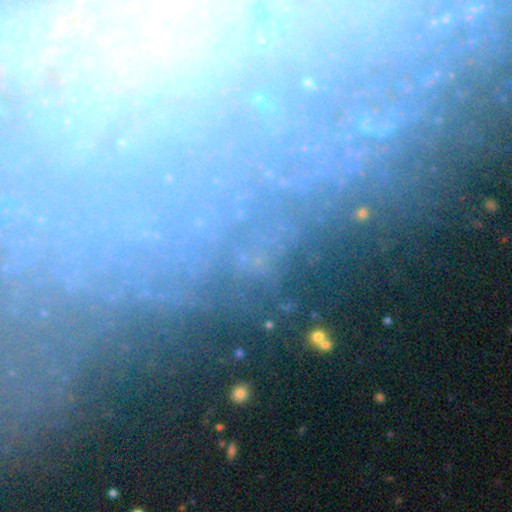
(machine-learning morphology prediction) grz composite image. It shows a featured or disk galaxy (42%). Merging: none (73%).